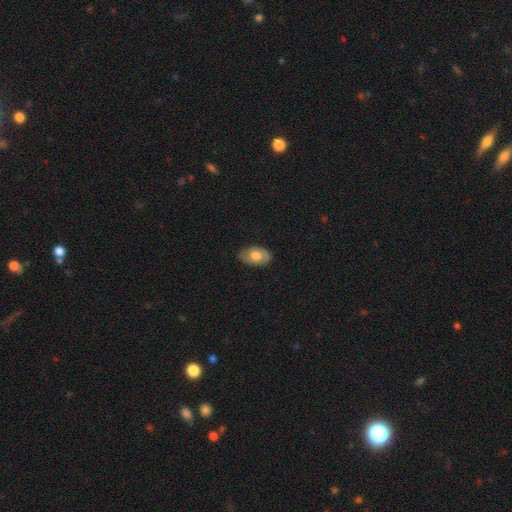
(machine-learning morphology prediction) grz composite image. It shows a smooth galaxy with no disk features (55%) that is in between round and cigar-shaped (90%). Merging: none (80%).